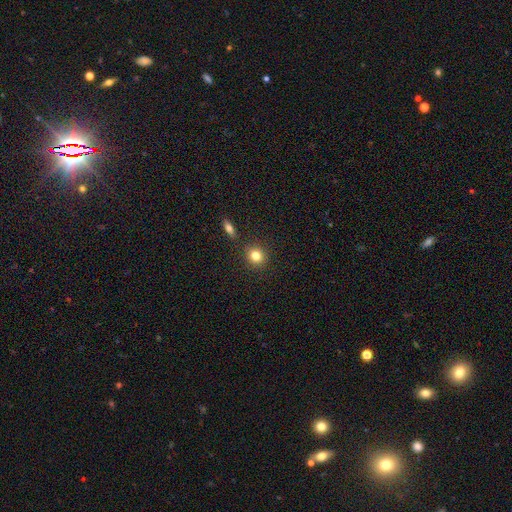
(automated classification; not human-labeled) Morphology: type=smooth (82%); roundness=round (83%); merging=none (87%).